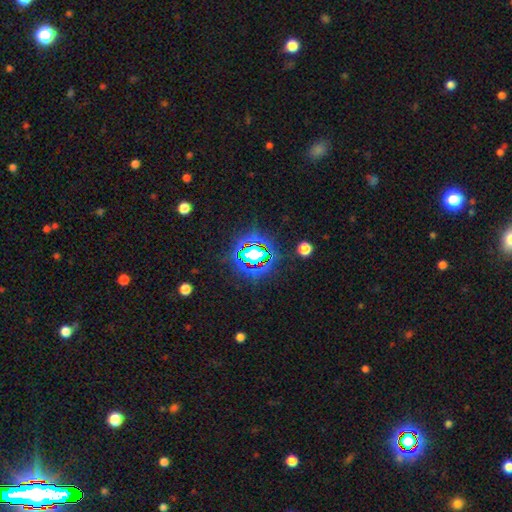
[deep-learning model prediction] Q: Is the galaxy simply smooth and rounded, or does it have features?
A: star or artifact — 80%.